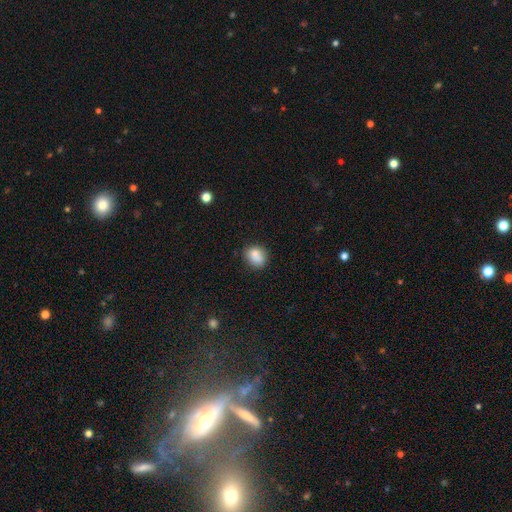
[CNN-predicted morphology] Overall: smooth (84%). How rounded: in between (51%; round 47%). Merging: none (72%).